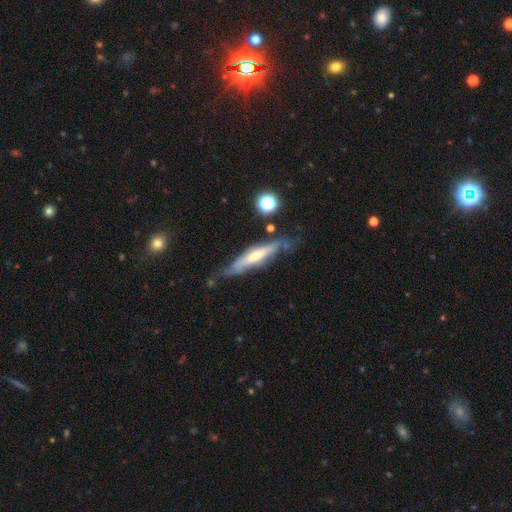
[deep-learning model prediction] Smooth or featured?
  - featured or disk: 62% *
  - smooth: 32%
  - star or artifact: 7%
Edge-on disk?
  - yes: 78% *
  - no: 22%
Merging?
  - none: 63% *
  - minor disturbance: 25%
  - major disturbance: 8%
  - merger: 4%